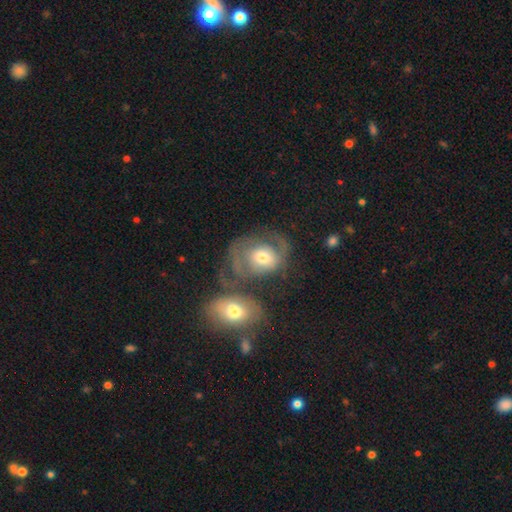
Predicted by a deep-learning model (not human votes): smooth_or_featured: featured or disk (p=0.70) [alt: smooth p=0.19]
disk_edge_on: no (p=0.95) [alt: yes p=0.05]
bar: no (p=0.62) [alt: weak p=0.28]
has_spiral_arms: yes (p=0.78) [alt: no p=0.22]
spiral_winding: tight (p=0.58) [alt: medium p=0.33]
spiral_arm_count: 2 (p=0.61) [alt: can't tell p=0.24]
bulge_size: moderate (p=0.65) [alt: small p=0.20]
merging: none (p=0.47) [alt: merger p=0.35]